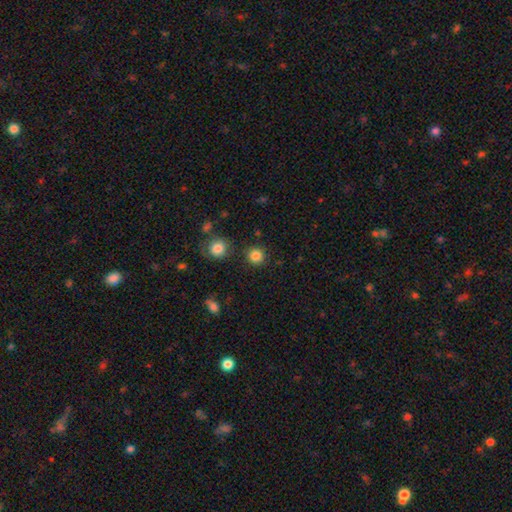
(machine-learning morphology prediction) This is clearly a smooth galaxy (84%). How rounded: clearly round (94%). Merging: clearly none (88%).